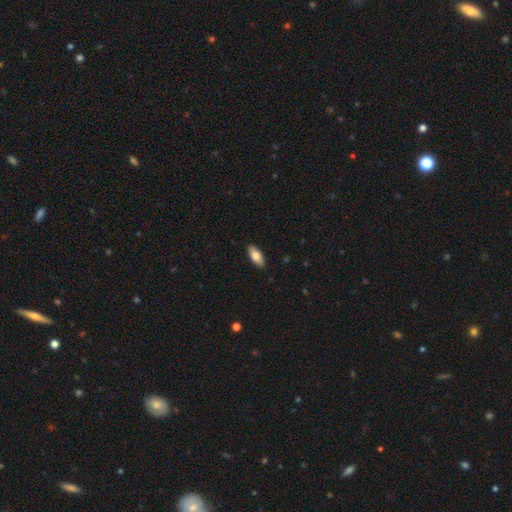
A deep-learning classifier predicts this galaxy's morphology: Smooth or featured? Predicted: smooth (p=0.78). How rounded? Predicted: in between (p=0.82). Merging? Predicted: none (p=0.89).